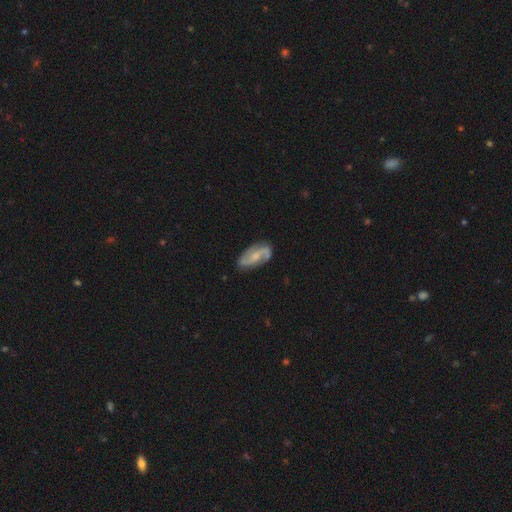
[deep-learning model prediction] featured or disk 81%, smooth 13%, star or artifact 5%. Down the decision tree: edge-on disk — no (96%); bar — weak (43%, tied with no); spiral arms — yes (95%); spiral arm count — 2 (89%); spiral winding — medium (45%); bulge size — small (48%); merging — none (77%).